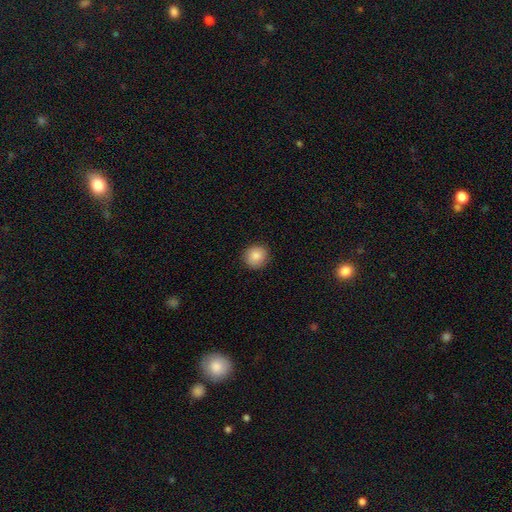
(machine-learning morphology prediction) smooth 86%, star or artifact 8%, featured or disk 6%. Down the decision tree: how rounded — round (89%); merging — none (89%).